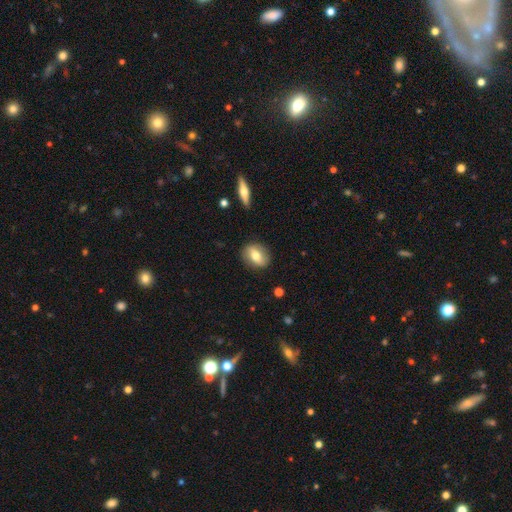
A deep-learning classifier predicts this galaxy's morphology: Smooth or featured? Predicted: smooth (p=0.59). How rounded? Predicted: in between (p=0.61). Merging? Predicted: none (p=0.84).